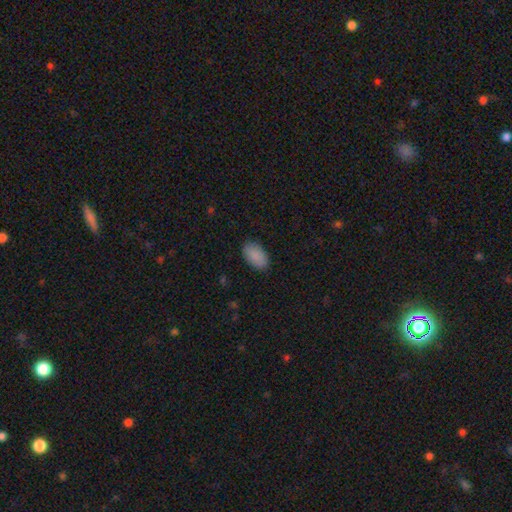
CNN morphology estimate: smooth-or-featured: smooth: 89% | star or artifact: 7% | featured or disk: 4%
  how-rounded: in between: 94% | round: 4% | cigar-shaped: 2%
  merging: none: 86% | minor disturbance: 10% | major disturbance: 2% | merger: 1%